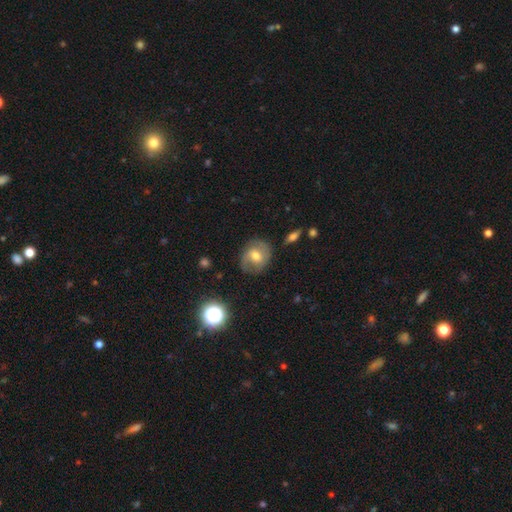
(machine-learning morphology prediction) Q: Smooth or featured?
A: featured or disk (54%); runner-up: smooth (37%)
Q: Edge-on disk?
A: no (95%); runner-up: yes (5%)
Q: Bar?
A: no (43%); tied with: weak (43%)
Q: Spiral arms?
A: yes (75%); runner-up: no (25%)
Q: Bulge size?
A: moderate (72%); runner-up: small (18%)
Q: Merging?
A: none (77%); runner-up: minor disturbance (16%)